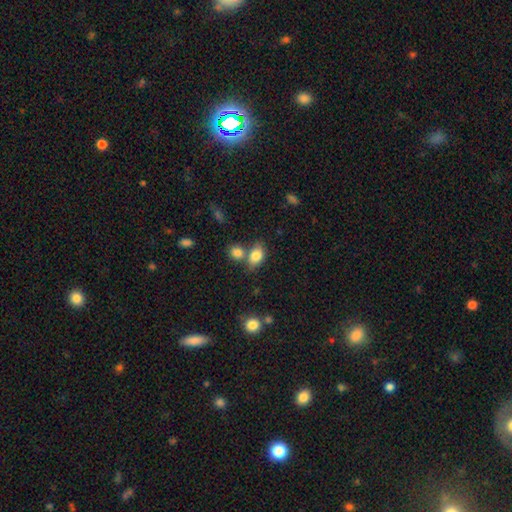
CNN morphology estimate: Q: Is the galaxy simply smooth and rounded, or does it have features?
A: smooth — 82%.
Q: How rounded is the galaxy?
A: in between — 79%.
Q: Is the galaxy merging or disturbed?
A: none — 50%.